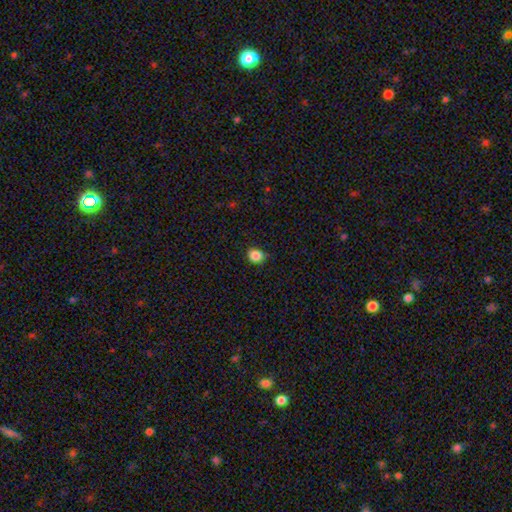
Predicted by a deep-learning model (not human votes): Morphology: type=smooth (86%); roundness=round (65%); merging=none (81%).